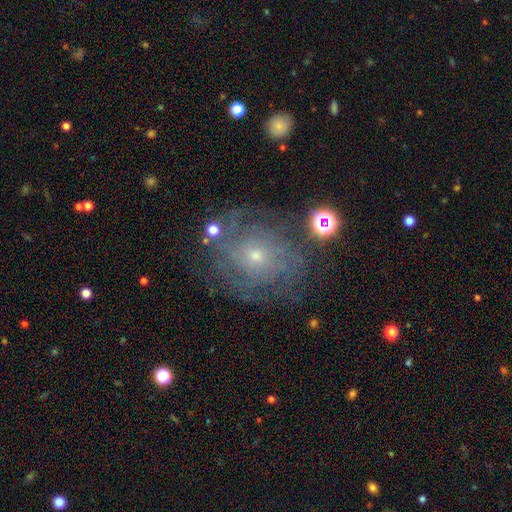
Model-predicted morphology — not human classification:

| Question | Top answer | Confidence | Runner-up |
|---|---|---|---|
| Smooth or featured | featured or disk | 70% | smooth (16%) |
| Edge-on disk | no | 96% | yes (4%) |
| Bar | no | 80% | weak (16%) |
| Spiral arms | yes | 87% | no (13%) |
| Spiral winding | tight | 70% | medium (23%) |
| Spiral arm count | can't tell | 51% | 2 (12%) |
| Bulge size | small | 72% | moderate (24%) |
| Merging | none | 76% | minor disturbance (14%) |